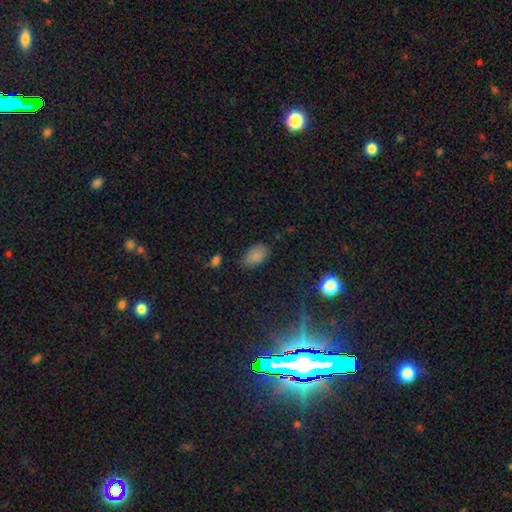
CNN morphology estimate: Smooth or featured? Predicted: smooth (p=0.84). How rounded? Predicted: in between (p=0.94). Merging? Predicted: none (p=0.81).